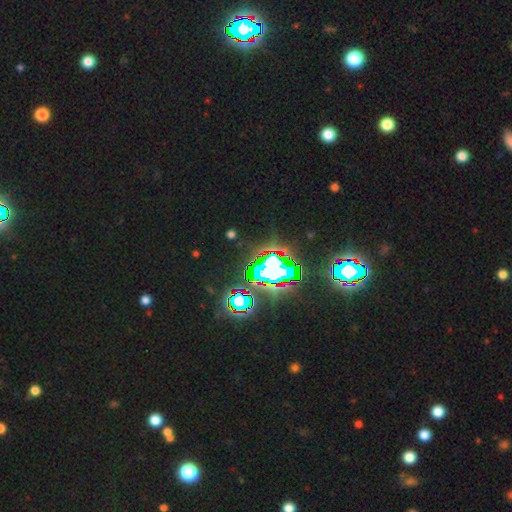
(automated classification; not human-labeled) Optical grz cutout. It shows a star or artifact, not a galaxy (81%).